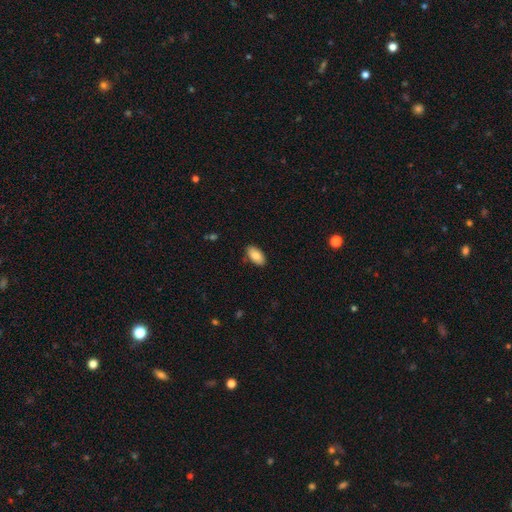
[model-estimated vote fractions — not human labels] Morphology: type=smooth (84%); roundness=in between (94%); merging=none (86%).